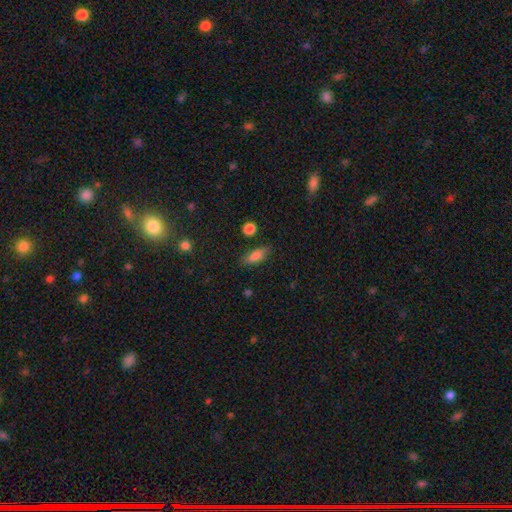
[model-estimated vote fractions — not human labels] Smooth or featured? smooth (80%)
How rounded? in between (70%)
Merging? none (79%)